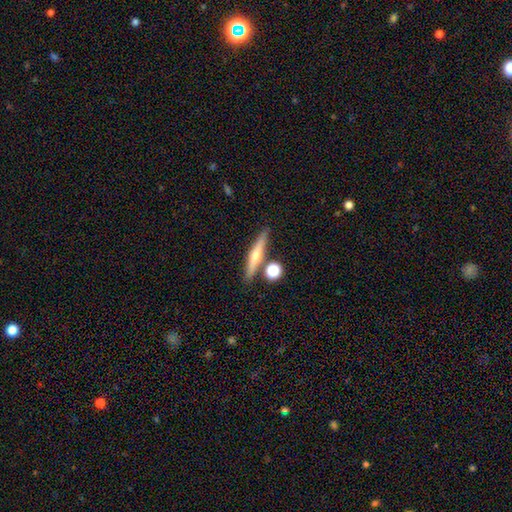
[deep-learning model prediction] Smooth or featured: featured or disk — 53% (smooth — 40%)
Edge-on disk: yes — 94% (no — 6%)
Merging: none — 78% (merger — 11%)